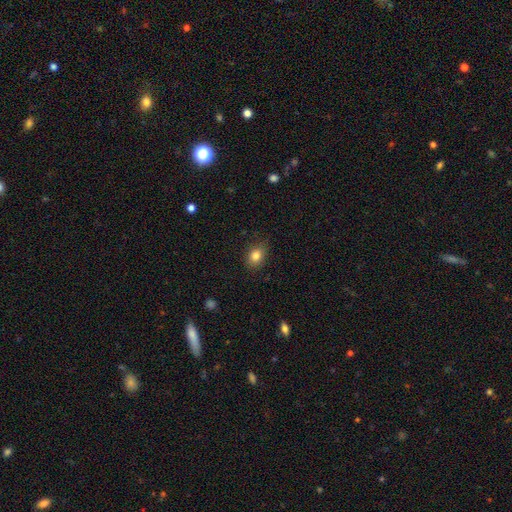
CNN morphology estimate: A smooth galaxy with no disk features (83%) that is in between round and cigar-shaped (62%).

Vote fractions:
- Smooth or featured? smooth: 83% / star or artifact: 10% / featured or disk: 7%
- How rounded? in between: 62% / round: 36% / cigar-shaped: 1%
- Merging? none: 82% / minor disturbance: 14% / major disturbance: 3% / merger: 1%